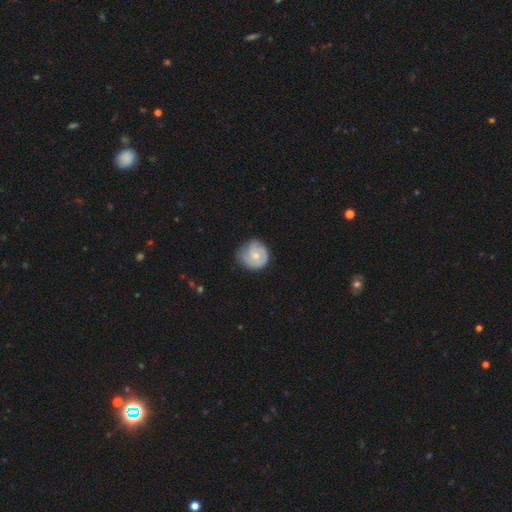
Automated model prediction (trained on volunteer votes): This appears to be a featured or disk galaxy (61%) with no bar (77%), 2 (36%) tight (65%) spiral arms (87%) and a small central bulge (49%). Merging: none (64%).